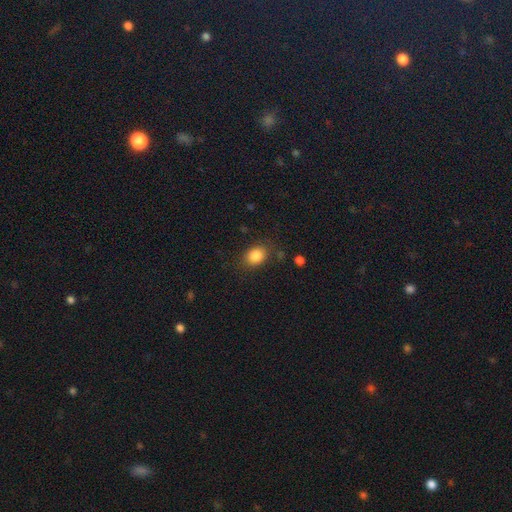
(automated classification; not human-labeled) A smooth galaxy with no disk features (85%) that is in between round and cigar-shaped (59%). Merging: none (79%).